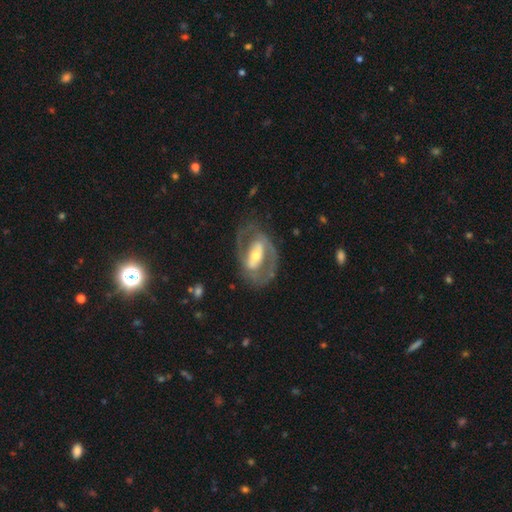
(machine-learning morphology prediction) Smooth or featured? featured or disk (82%)
Edge-on disk? no (95%)
Bar? strong (53%)
Spiral arms? yes (75%)
Spiral winding? medium (48%)
Spiral arm count? 2 (82%)
Bulge size? moderate (55%)
Merging? none (71%)